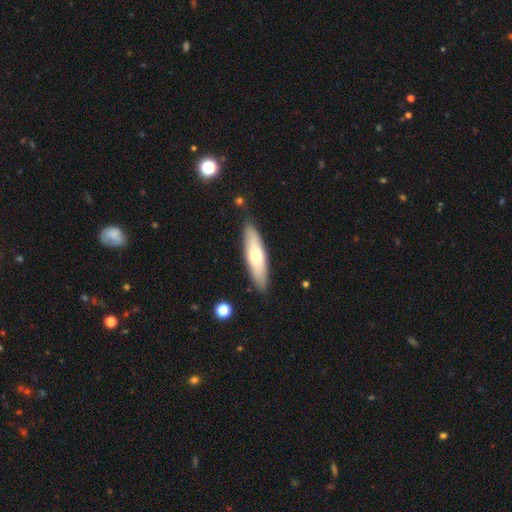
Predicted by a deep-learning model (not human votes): A smooth galaxy with no disk features (57%) that is cigar-shaped (61%).

Vote fractions:
- Smooth or featured? smooth: 57% / featured or disk: 37% / star or artifact: 6%
- How rounded? cigar-shaped: 61% / in between: 37% / round: 2%
- Merging? none: 86% / minor disturbance: 10% / major disturbance: 2% / merger: 2%